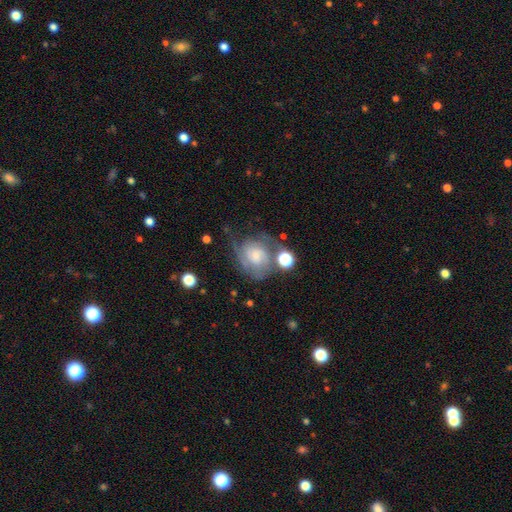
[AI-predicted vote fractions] Morphology: type=featured or disk (69%); edge-on=no (97%); bar=no (66%); spiral arms=yes (88%); winding=tight (47%); arm count=can't tell (35%); bulge=small (54%); merging=none (45%).